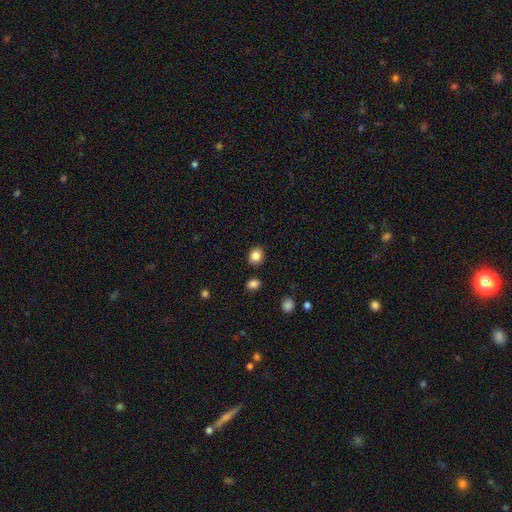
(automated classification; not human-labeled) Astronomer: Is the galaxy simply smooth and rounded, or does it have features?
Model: smooth — 86%.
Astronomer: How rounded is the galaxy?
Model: round — 73%.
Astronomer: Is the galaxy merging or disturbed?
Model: none — 88%.